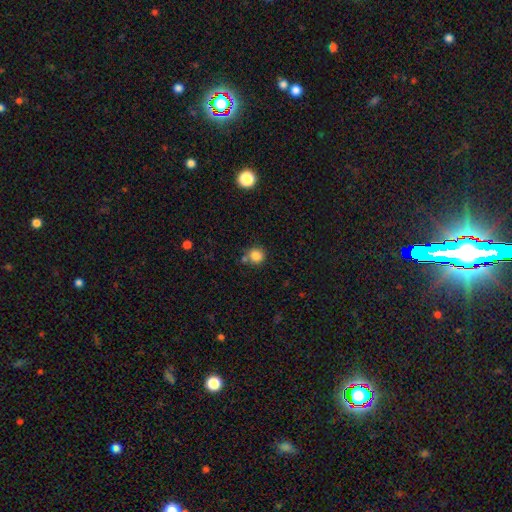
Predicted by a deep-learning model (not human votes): Q: Smooth or featured?
A: smooth (84%); runner-up: star or artifact (11%)
Q: How rounded?
A: round (90%); runner-up: in between (9%)
Q: Merging?
A: none (68%); runner-up: merger (15%)